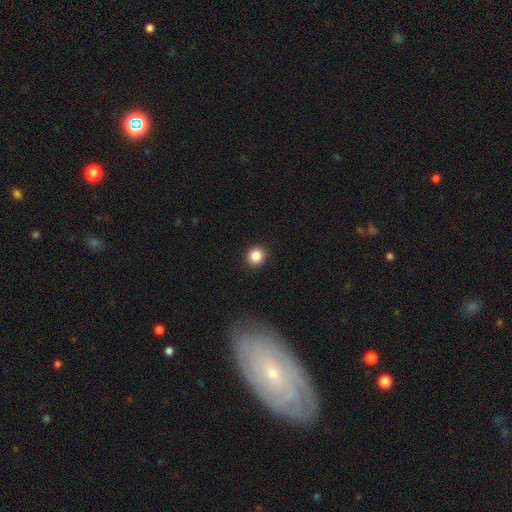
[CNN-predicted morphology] Smooth or featured? smooth (86%)
How rounded? round (90%)
Merging? none (92%)